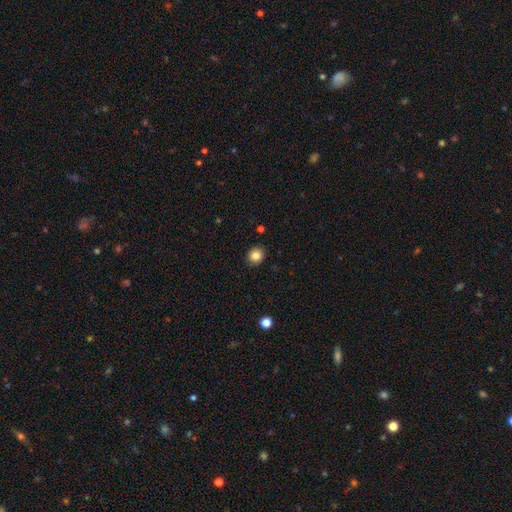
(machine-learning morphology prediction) smooth_or_featured: smooth (p=0.83) [alt: star or artifact p=0.10]
how_rounded: round (p=0.81) [alt: in between p=0.18]
merging: none (p=0.90) [alt: minor disturbance p=0.07]